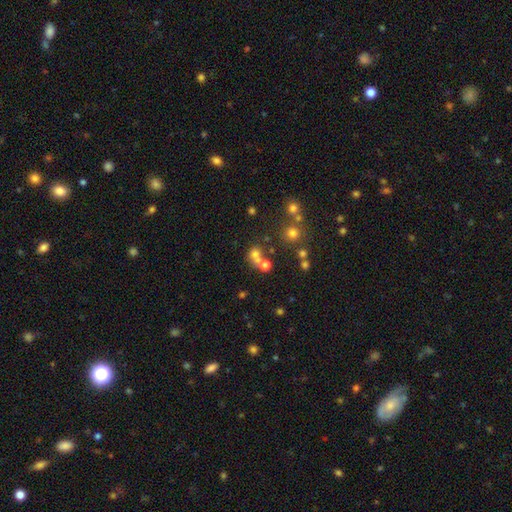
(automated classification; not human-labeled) smooth_or_featured: smooth (p=0.64) [alt: star or artifact p=0.21]
how_rounded: round (p=0.72) [alt: in between p=0.27]
merging: merger (p=0.43) [tied with: none p=0.43]